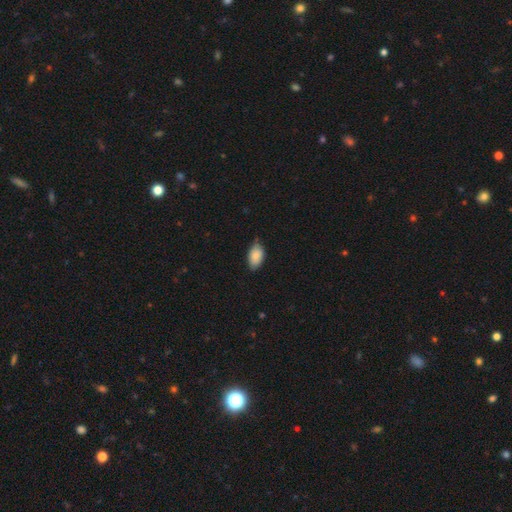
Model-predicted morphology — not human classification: smooth 87%, featured or disk 7%, star or artifact 6%. Down the decision tree: how rounded — in between (94%); merging — none (72%).